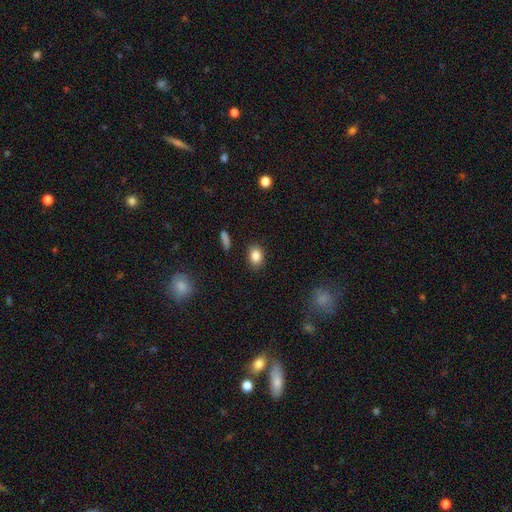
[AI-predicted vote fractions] This is clearly a smooth galaxy (85%). How rounded: likely in between (65%). Merging: clearly none (86%).